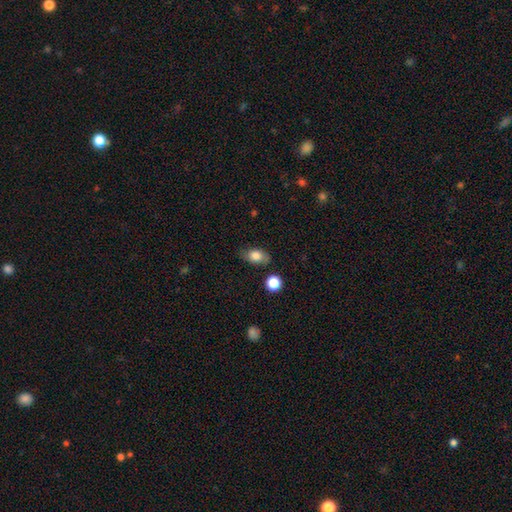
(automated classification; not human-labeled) Smooth or featured? smooth (78%)
How rounded? in between (82%)
Merging? none (74%)